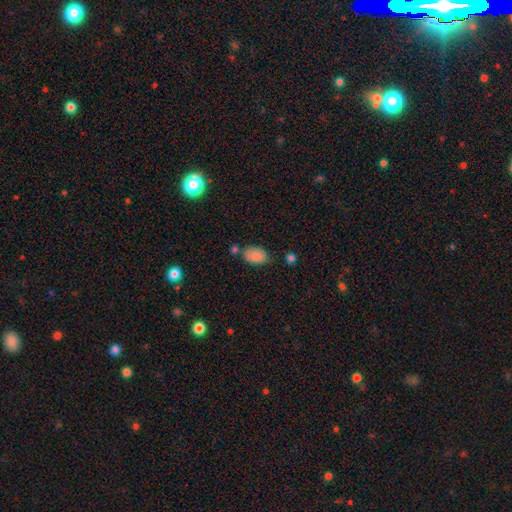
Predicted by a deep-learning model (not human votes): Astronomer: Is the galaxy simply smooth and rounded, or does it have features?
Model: smooth — 85%.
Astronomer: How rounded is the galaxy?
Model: in between — 88%.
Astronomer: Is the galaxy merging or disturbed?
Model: none — 66%.